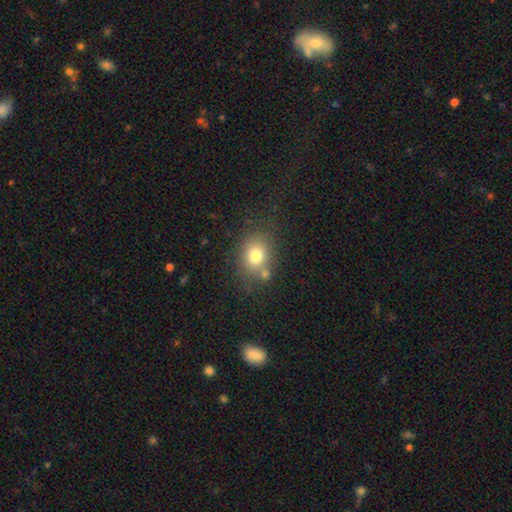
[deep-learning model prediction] Smooth or featured? Predicted: smooth (p=0.77). How rounded? Predicted: round (p=0.56). Merging? Predicted: none (p=0.68).